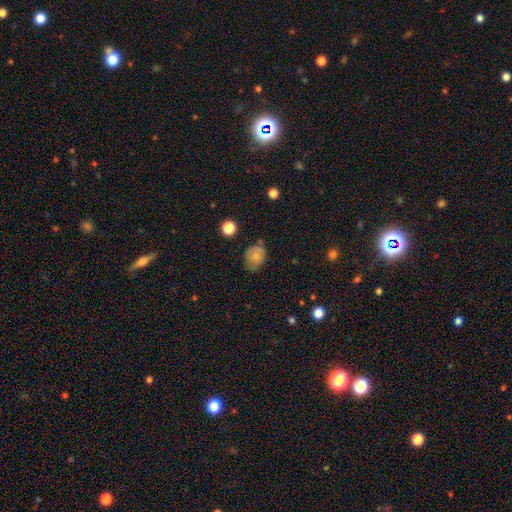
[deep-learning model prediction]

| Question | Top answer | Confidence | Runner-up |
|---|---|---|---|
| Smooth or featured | smooth | 79% | featured or disk (11%) |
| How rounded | in between | 51% | round (48%) |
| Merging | none | 63% | minor disturbance (25%) |